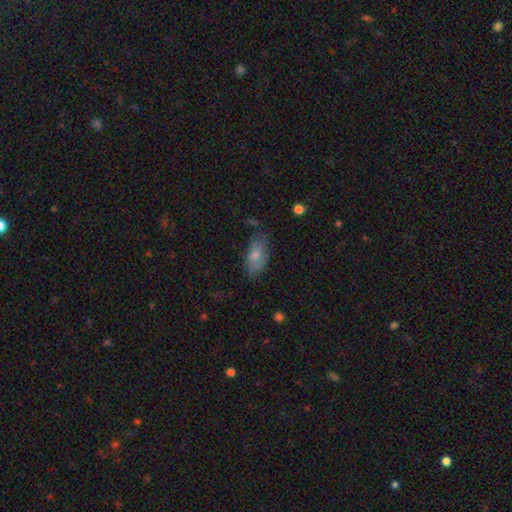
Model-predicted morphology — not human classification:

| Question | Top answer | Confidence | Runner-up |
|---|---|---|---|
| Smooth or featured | smooth | 73% | featured or disk (20%) |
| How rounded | in between | 90% | cigar-shaped (6%) |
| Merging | none | 64% | minor disturbance (26%) |